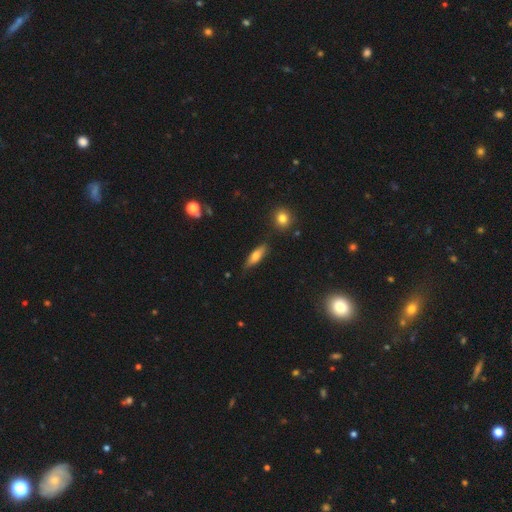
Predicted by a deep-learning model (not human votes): The model was most divided on "how rounded": cigar-shaped: 50%, in between: 47%, round: 3%. More confident: merging — none (78%); smooth or featured — smooth (66%).